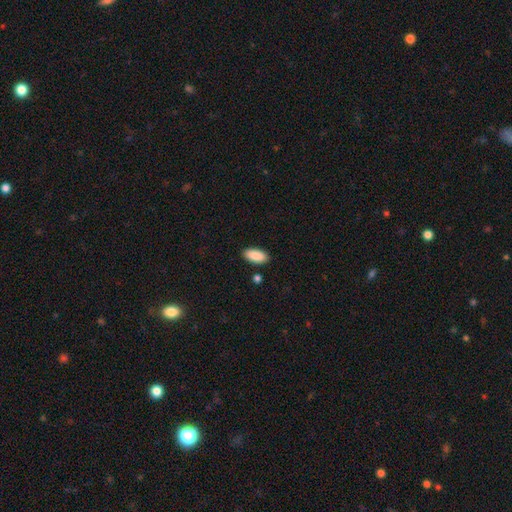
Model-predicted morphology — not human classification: Smooth or featured? Predicted: smooth (p=0.90). How rounded? Predicted: in between (p=0.91). Merging? Predicted: none (p=0.87).